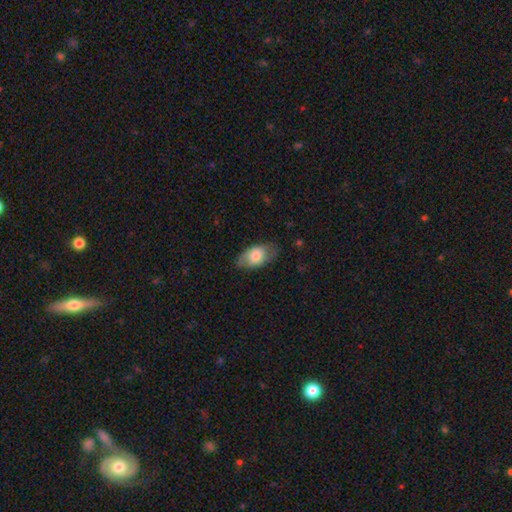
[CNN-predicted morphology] Smooth or featured: smooth — 72% (featured or disk — 21%)
How rounded: in between — 91% (round — 6%)
Merging: none — 75% (minor disturbance — 19%)